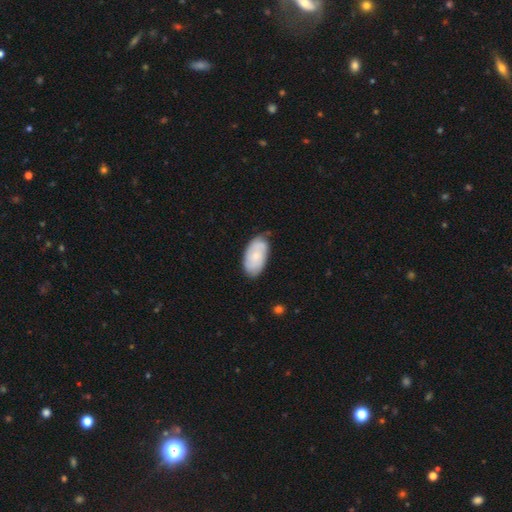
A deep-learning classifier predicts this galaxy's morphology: smooth-or-featured: smooth: 55% | featured or disk: 39% | star or artifact: 6%
  how-rounded: in between: 94% | round: 4% | cigar-shaped: 2%
  merging: none: 63% | minor disturbance: 29% | major disturbance: 6% | merger: 2%